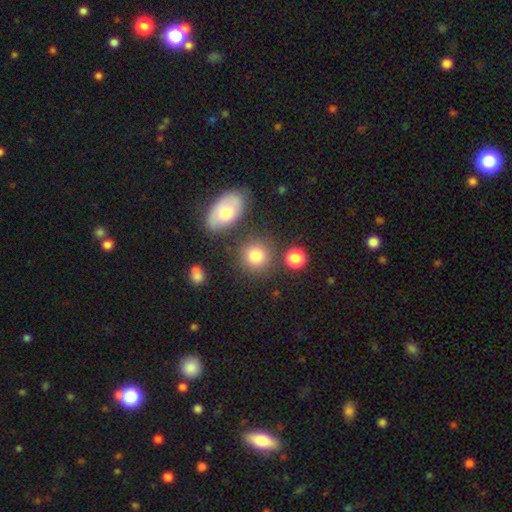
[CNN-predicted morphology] Smooth or featured: smooth — 82% (star or artifact — 10%)
How rounded: round — 84% (in between — 15%)
Merging: none — 77% (minor disturbance — 10%)